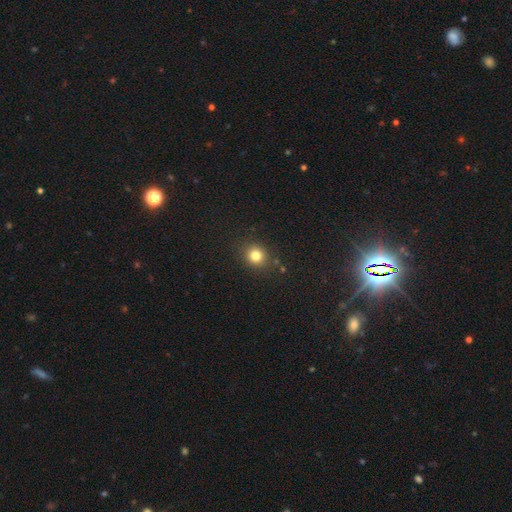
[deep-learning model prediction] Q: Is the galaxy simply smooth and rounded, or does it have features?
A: smooth — 80%.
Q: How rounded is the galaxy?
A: round — 85%.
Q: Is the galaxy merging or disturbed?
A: none — 86%.